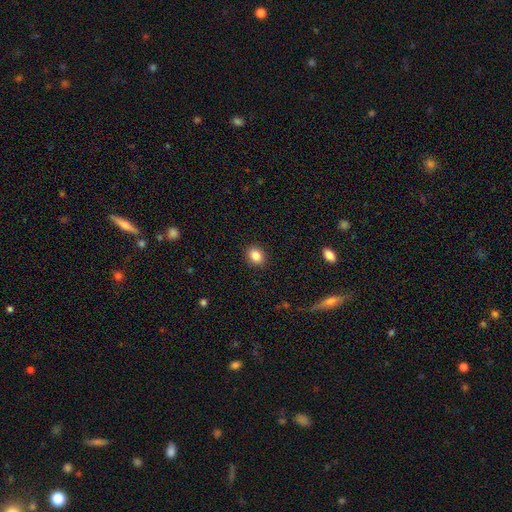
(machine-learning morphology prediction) Q: Smooth or featured?
A: smooth (85%); runner-up: star or artifact (10%)
Q: How rounded?
A: in between (52%); runner-up: round (47%)
Q: Merging?
A: none (90%); runner-up: minor disturbance (7%)